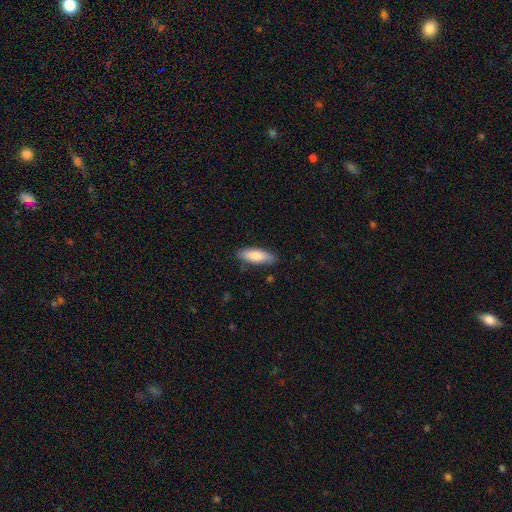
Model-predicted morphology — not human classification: smooth_or_featured: smooth (p=0.82) [alt: featured or disk p=0.13]
how_rounded: in between (p=0.57) [alt: cigar-shaped p=0.41]
merging: none (p=0.82) [alt: minor disturbance p=0.14]